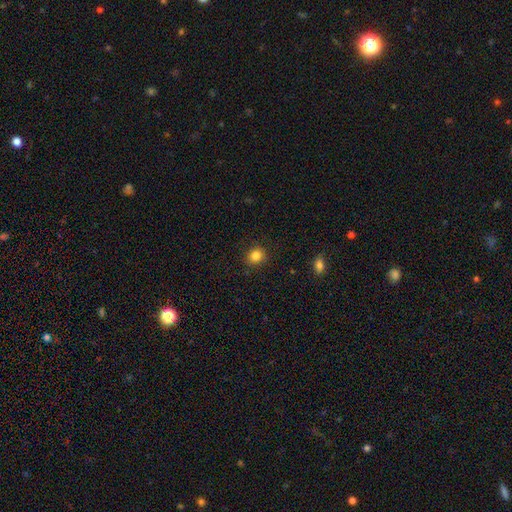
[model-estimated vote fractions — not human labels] This is clearly a smooth galaxy (83%). How rounded: clearly round (80%). Merging: clearly none (89%).